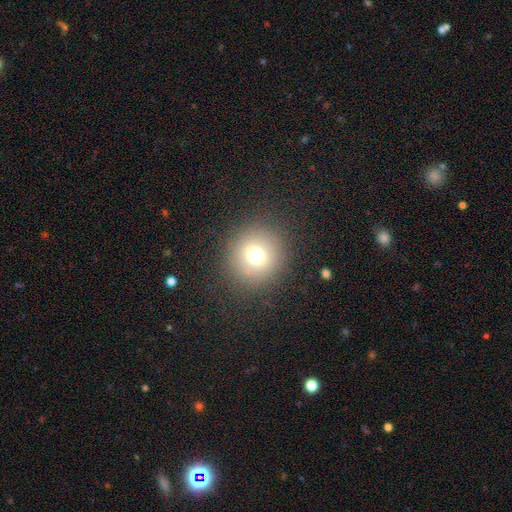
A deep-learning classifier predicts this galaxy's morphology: smooth-or-featured: smooth: 69% | star or artifact: 19% | featured or disk: 13%
  how-rounded: round: 93% | in between: 6% | cigar-shaped: 1%
  merging: none: 88% | minor disturbance: 7% | major disturbance: 4% | merger: 1%